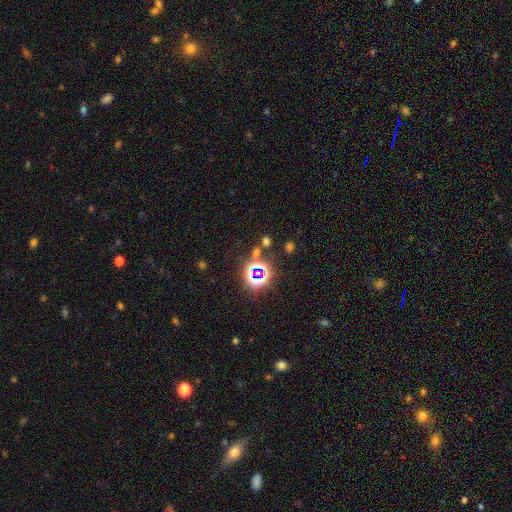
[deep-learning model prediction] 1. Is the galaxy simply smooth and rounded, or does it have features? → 73% star or artifact, 18% smooth, 9% featured or disk.